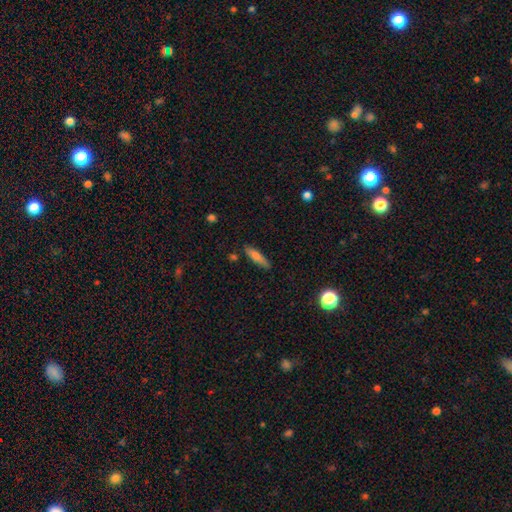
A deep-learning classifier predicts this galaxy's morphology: A smooth galaxy with no disk features (69%) that is cigar-shaped (79%).

Vote fractions:
- Smooth or featured? smooth: 69% / featured or disk: 24% / star or artifact: 8%
- How rounded? cigar-shaped: 79% / in between: 19% / round: 2%
- Merging? none: 80% / minor disturbance: 14% / major disturbance: 3% / merger: 3%